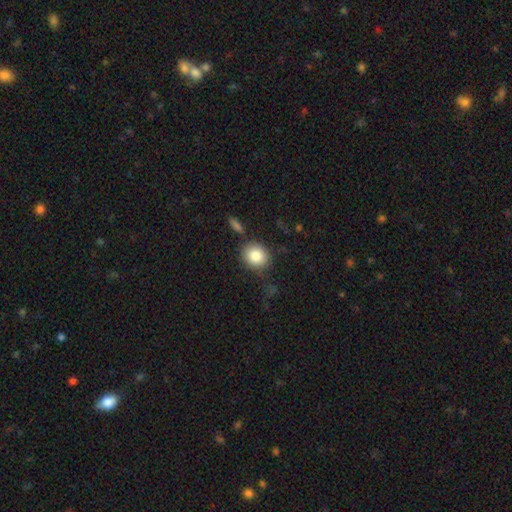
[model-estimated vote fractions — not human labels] A smooth galaxy with no disk features (84%) that is round (72%). Merging: none (78%).